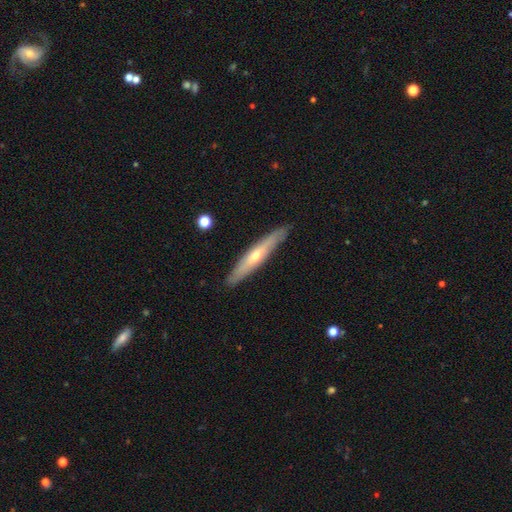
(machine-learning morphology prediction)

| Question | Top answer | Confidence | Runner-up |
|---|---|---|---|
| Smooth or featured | featured or disk | 59% | smooth (35%) |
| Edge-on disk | yes | 81% | no (19%) |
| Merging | none | 88% | minor disturbance (9%) |